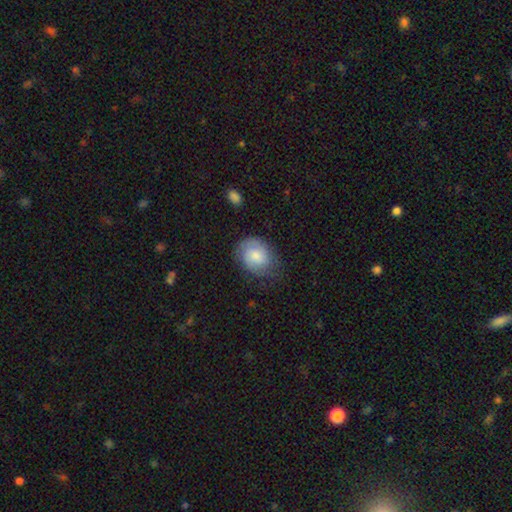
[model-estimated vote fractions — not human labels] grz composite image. It shows a featured or disk galaxy (47%). Merging: none (67%).